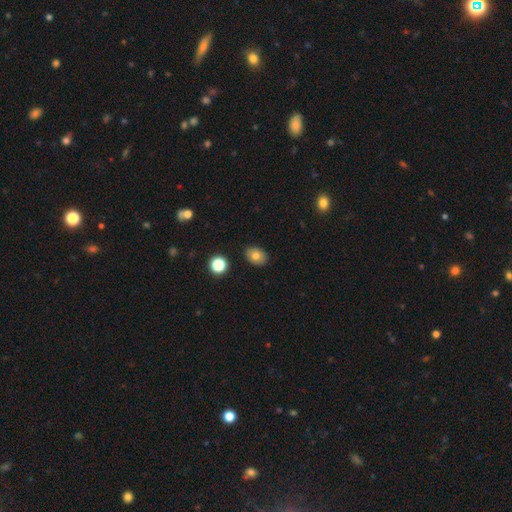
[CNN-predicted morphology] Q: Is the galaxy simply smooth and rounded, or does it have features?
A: smooth — 77%.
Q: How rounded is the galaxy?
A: in between — 70%.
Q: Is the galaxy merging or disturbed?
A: none — 87%.